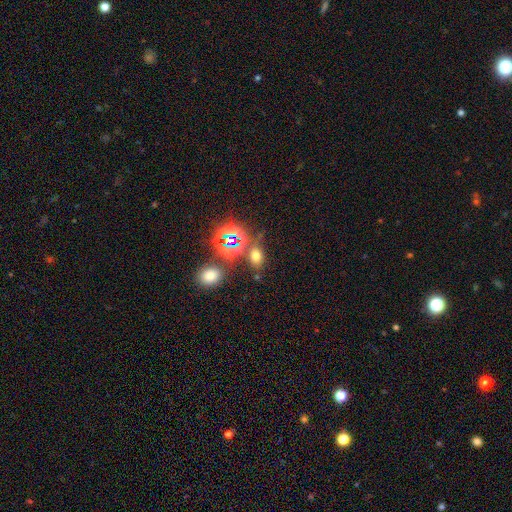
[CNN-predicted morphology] Smooth or featured: smooth — 61% (star or artifact — 31%)
How rounded: in between — 73% (round — 25%)
Merging: none — 74% (minor disturbance — 11%)